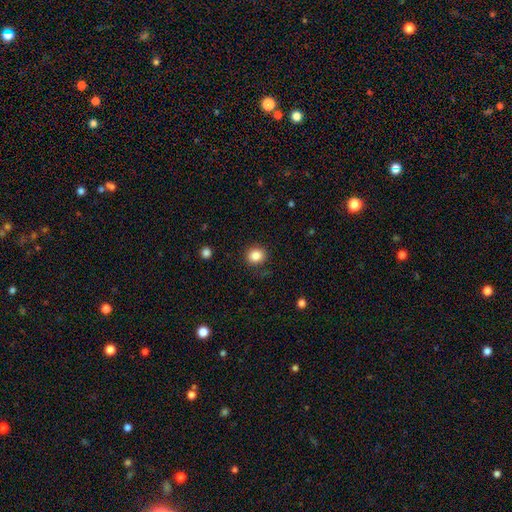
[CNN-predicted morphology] smooth_or_featured: smooth (p=0.85) [alt: star or artifact p=0.10]
how_rounded: round (p=0.82) [alt: in between p=0.17]
merging: none (p=0.86) [alt: minor disturbance p=0.09]